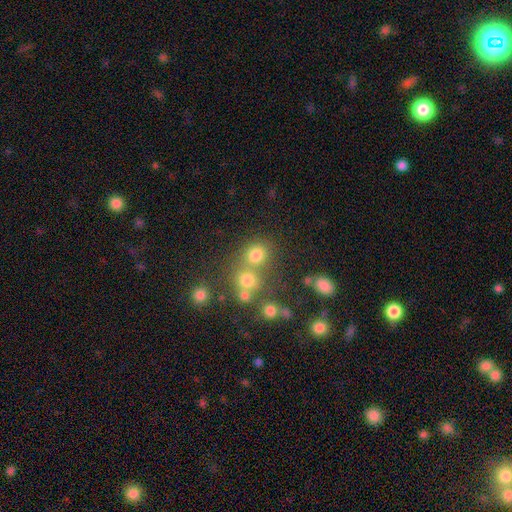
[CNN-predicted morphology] smooth 72%, star or artifact 18%, featured or disk 10%. Down the decision tree: how rounded — round (82%); merging — none (56%).